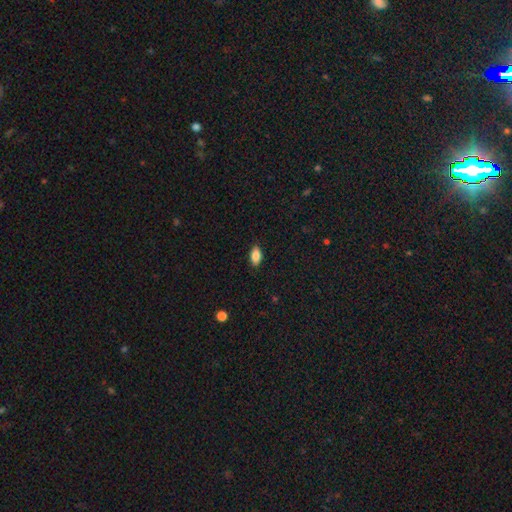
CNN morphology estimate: Smooth or featured?
  - smooth: 85% *
  - star or artifact: 8%
  - featured or disk: 7%
How rounded?
  - in between: 91% *
  - cigar-shaped: 5%
  - round: 4%
Merging?
  - none: 88% *
  - minor disturbance: 10%
  - major disturbance: 2%
  - merger: 1%